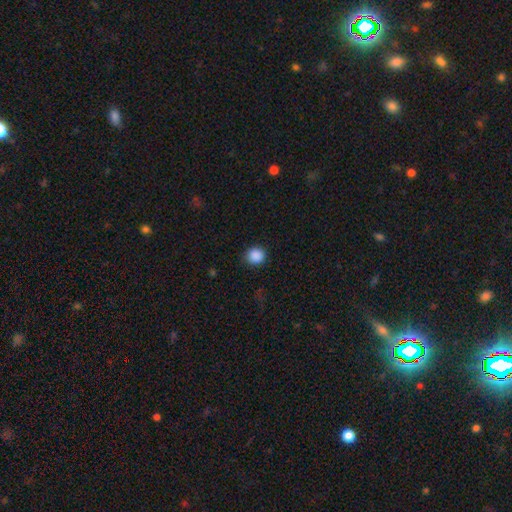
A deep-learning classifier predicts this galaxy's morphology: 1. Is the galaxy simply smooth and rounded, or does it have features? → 88% smooth, 9% star or artifact, 2% featured or disk.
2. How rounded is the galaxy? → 89% round, 10% in between, 1% cigar-shaped.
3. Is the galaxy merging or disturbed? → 88% none, 9% minor disturbance, 3% major disturbance, 1% merger.